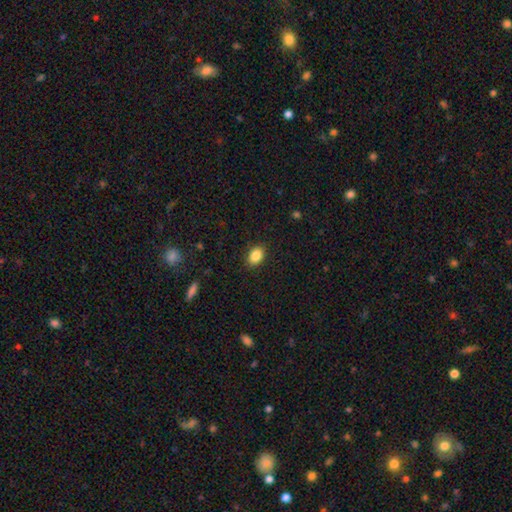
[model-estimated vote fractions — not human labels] smooth_or_featured: smooth (p=0.87) [alt: star or artifact p=0.09]
how_rounded: in between (p=0.85) [alt: round p=0.14]
merging: none (p=0.88) [alt: minor disturbance p=0.08]